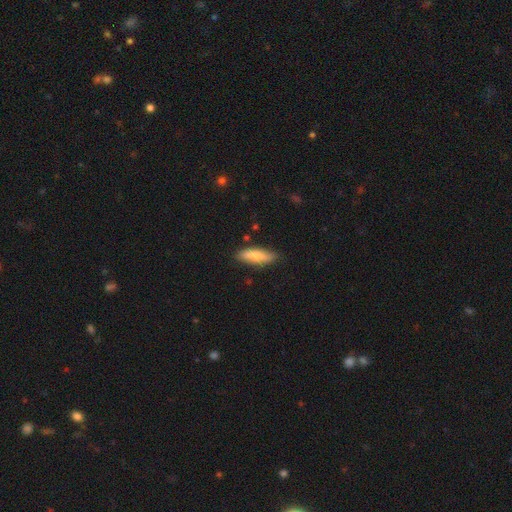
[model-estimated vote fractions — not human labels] A smooth galaxy with no disk features (77%) that is cigar-shaped (55%). Merging: none (82%).